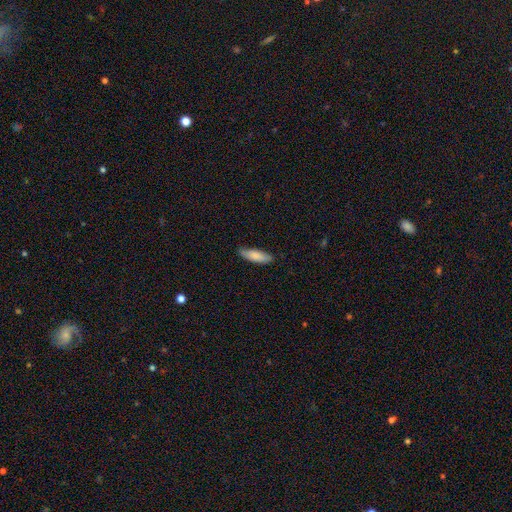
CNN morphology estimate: Smooth or featured? smooth (84%)
How rounded? in between (50%)
Merging? none (81%)